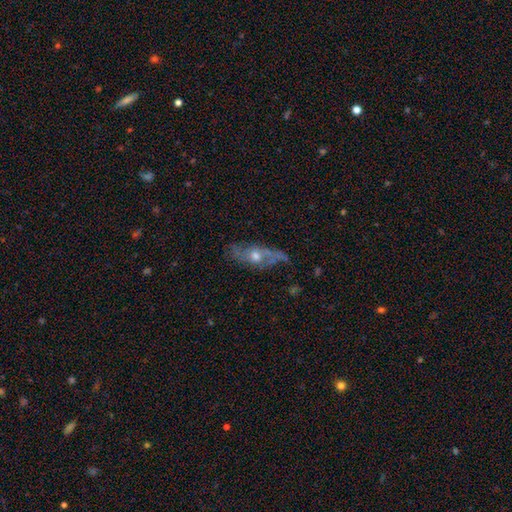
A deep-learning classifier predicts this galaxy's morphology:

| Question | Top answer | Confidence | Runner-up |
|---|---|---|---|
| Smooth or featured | featured or disk | 65% | smooth (23%) |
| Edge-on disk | no | 69% | yes (31%) |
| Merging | none | 76% | minor disturbance (17%) |